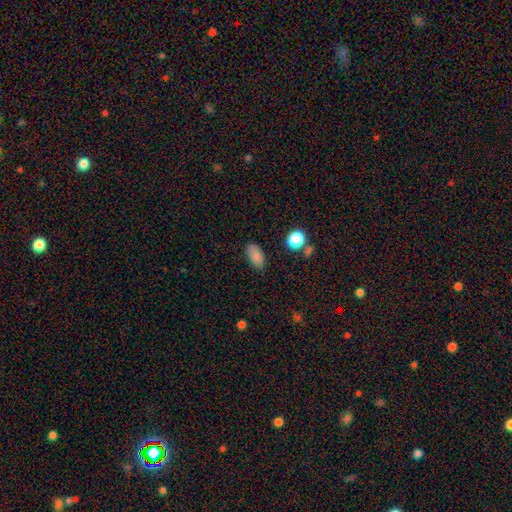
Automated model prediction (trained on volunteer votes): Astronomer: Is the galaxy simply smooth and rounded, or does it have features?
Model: smooth — 85%.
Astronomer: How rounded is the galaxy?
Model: in between — 91%.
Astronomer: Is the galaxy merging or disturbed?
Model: none — 82%.